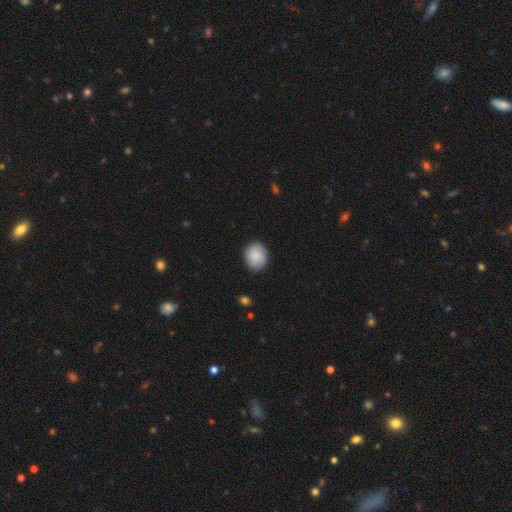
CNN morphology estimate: Q: Smooth or featured?
A: smooth (84%); runner-up: featured or disk (10%)
Q: How rounded?
A: round (60%); runner-up: in between (40%)
Q: Merging?
A: none (82%); runner-up: minor disturbance (14%)